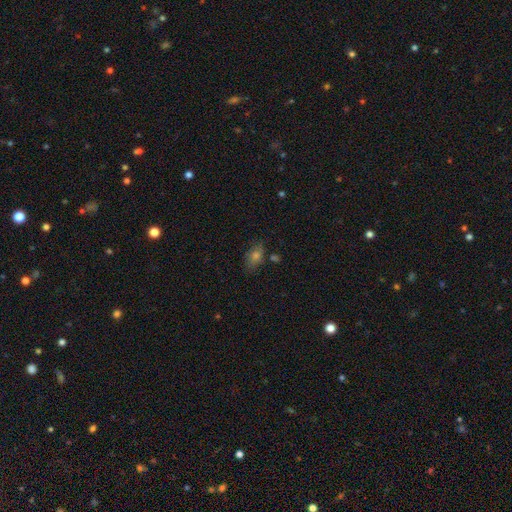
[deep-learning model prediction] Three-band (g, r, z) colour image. It shows a smooth galaxy with no disk features (60%) that is in between round and cigar-shaped (78%). Merging: none (74%).